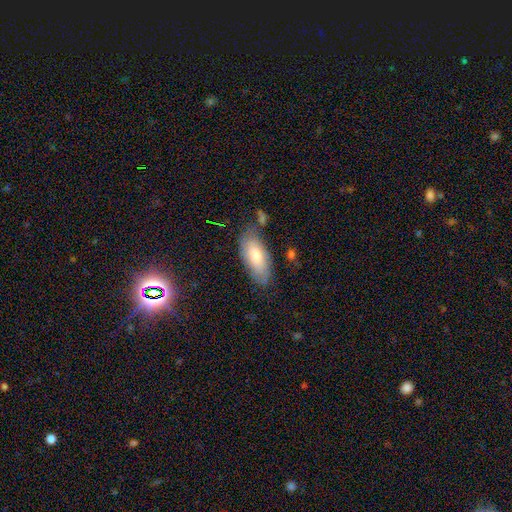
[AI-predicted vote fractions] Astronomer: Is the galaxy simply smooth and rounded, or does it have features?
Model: smooth — 67%.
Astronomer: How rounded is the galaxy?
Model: in between — 86%.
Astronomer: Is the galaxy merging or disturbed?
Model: none — 70%.